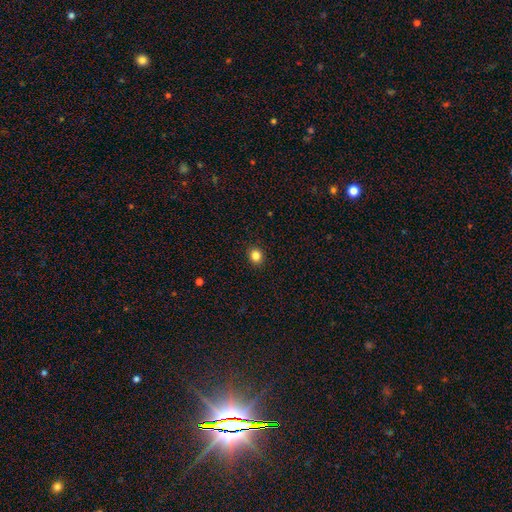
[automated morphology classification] type=smooth (84%); roundness=round (83%); merging=none (92%).